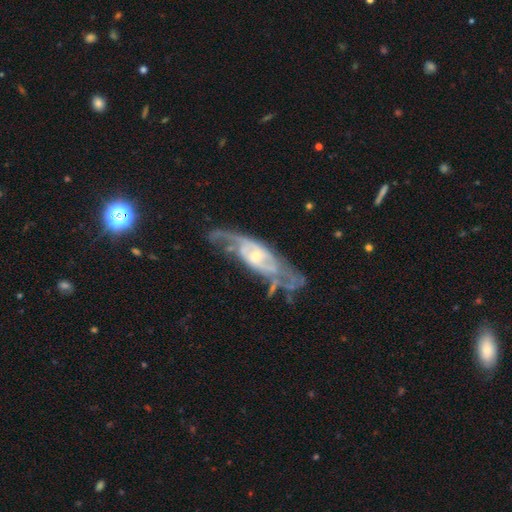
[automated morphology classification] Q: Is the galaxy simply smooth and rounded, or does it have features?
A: featured or disk — 85%.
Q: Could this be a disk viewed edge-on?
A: no — 86%.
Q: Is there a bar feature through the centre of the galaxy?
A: no — 53%.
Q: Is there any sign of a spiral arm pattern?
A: yes — 91%.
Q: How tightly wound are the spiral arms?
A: medium — 42%.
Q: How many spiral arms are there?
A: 2 — 53%.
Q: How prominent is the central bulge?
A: small — 64%.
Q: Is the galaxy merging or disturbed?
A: none — 51%.